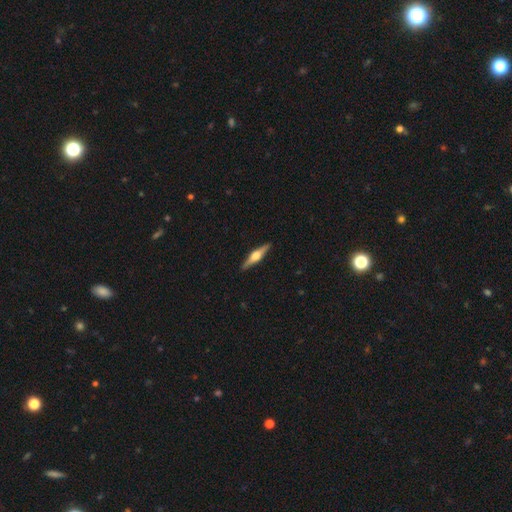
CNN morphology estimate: type=featured or disk (73%); edge-on=yes (98%); edge-on bulge=rounded (92%); merging=none (91%).